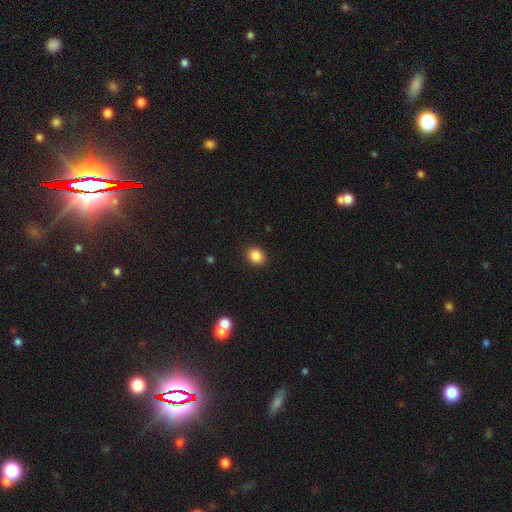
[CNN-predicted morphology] This is clearly a smooth galaxy (87%). How rounded: likely round (64%). Merging: clearly none (91%).